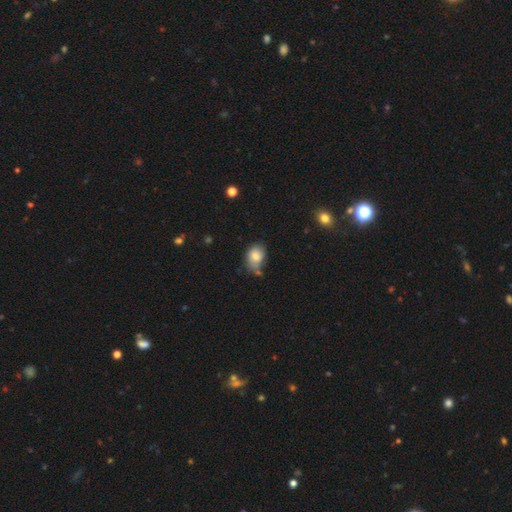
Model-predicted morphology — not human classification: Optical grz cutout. It shows a smooth galaxy with no disk features (78%) that is in between round and cigar-shaped (64%). Merging: none (46%).